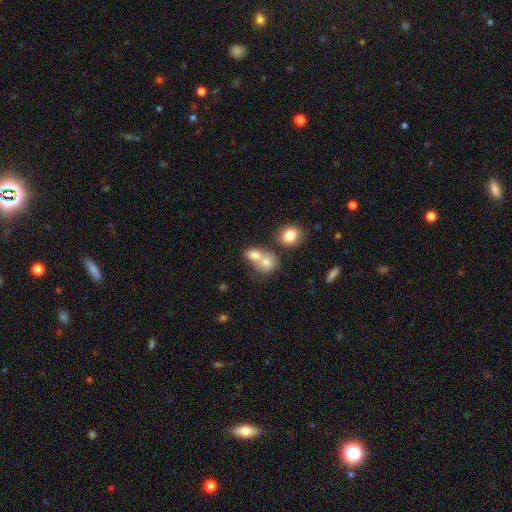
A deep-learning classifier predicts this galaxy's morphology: The model was most divided on "how rounded": round: 58%, in between: 40%, cigar-shaped: 1%. More confident: smooth or featured — smooth (75%); merging — merger (58%).